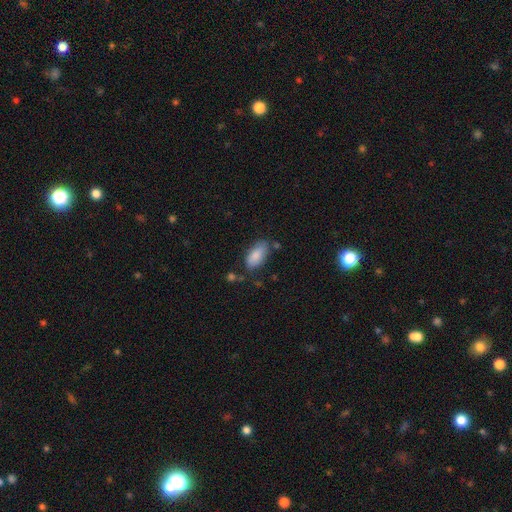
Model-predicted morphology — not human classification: Overall: smooth (85%). How rounded: in between (91%). Merging: none (68%).